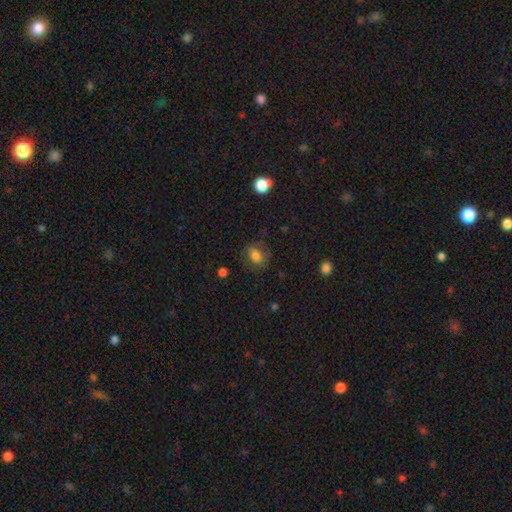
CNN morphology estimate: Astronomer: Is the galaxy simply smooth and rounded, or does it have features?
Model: smooth — 69%.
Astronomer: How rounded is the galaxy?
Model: in between — 53% (runner-up: round, 46%).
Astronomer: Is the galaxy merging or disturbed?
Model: none — 70%.